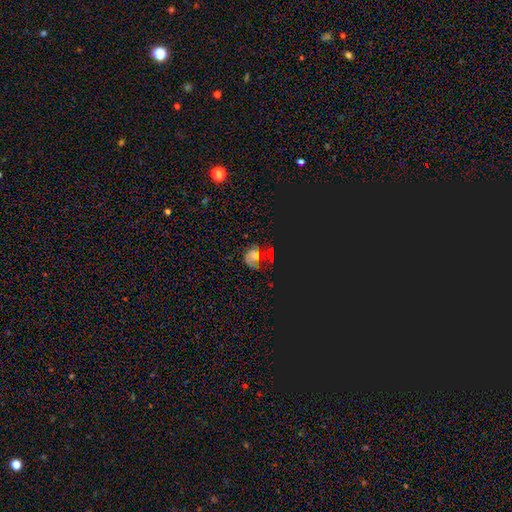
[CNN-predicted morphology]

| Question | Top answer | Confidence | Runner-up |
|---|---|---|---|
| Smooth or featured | star or artifact | 39% | featured or disk (33%) |